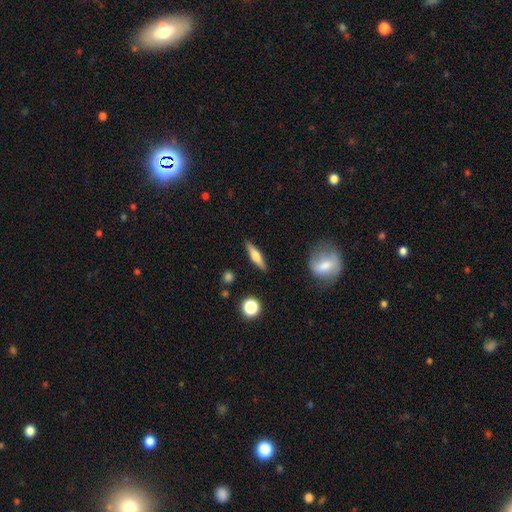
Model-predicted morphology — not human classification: featured or disk 51%, smooth 42%, star or artifact 7%. Down the decision tree: edge-on disk — yes (94%); merging — none (88%).